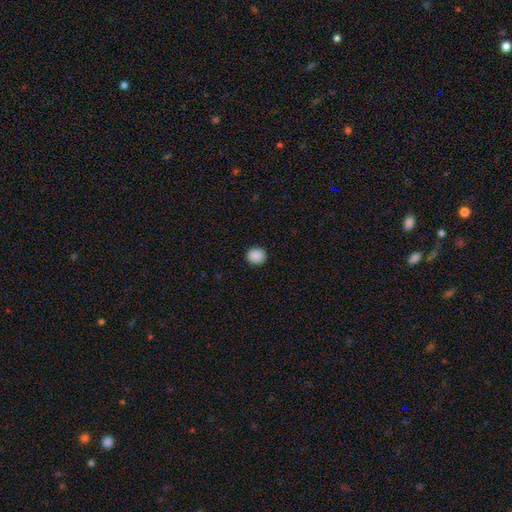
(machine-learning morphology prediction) type=smooth (89%); roundness=round (84%); merging=none (91%).